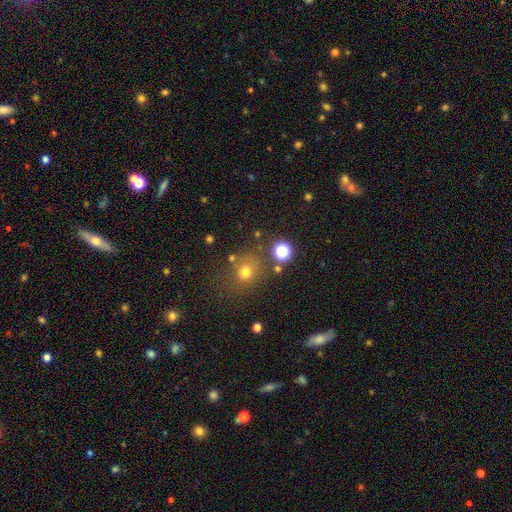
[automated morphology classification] smooth_or_featured: smooth (p=0.52) [alt: star or artifact p=0.38]
how_rounded: round (p=0.84) [alt: in between p=0.14]
merging: none (p=0.79) [alt: minor disturbance p=0.09]